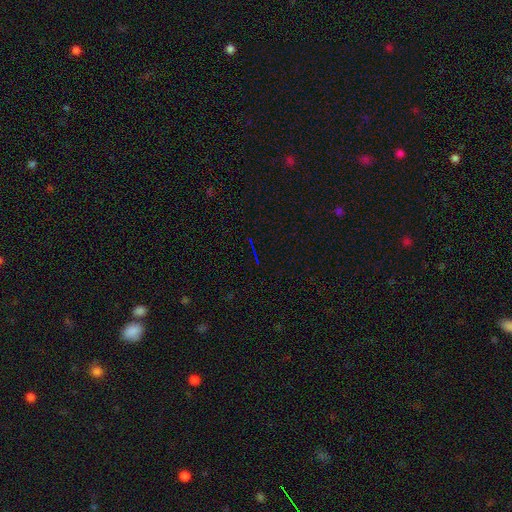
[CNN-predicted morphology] Smooth or featured? star or artifact (72%)